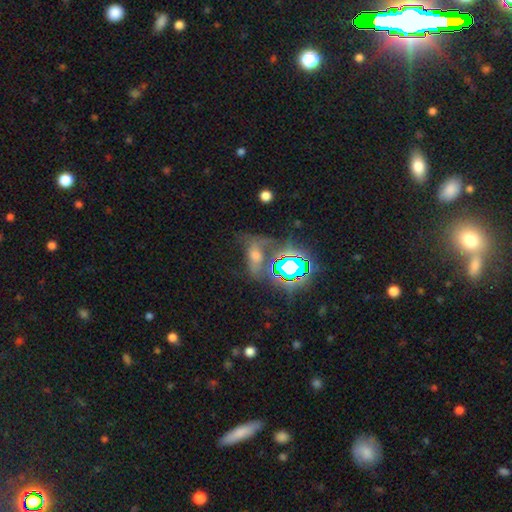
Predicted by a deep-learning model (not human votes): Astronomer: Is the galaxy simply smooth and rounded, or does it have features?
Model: star or artifact — 42% (runner-up: smooth, 31%).